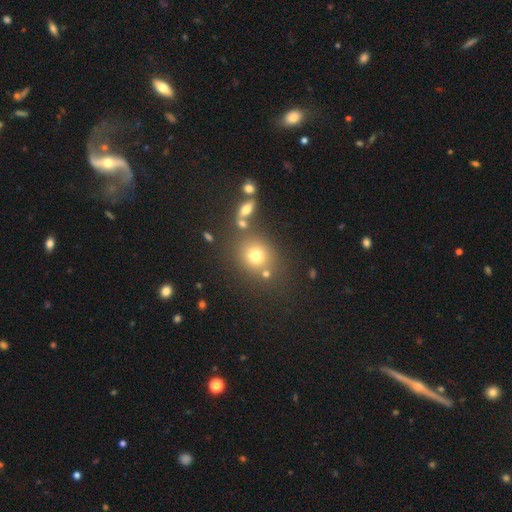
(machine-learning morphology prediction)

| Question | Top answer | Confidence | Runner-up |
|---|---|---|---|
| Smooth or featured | smooth | 71% | star or artifact (17%) |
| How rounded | round | 78% | in between (20%) |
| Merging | none | 71% | merger (13%) |